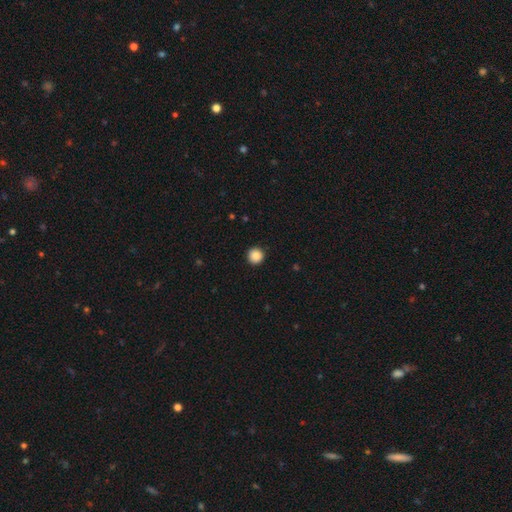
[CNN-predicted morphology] smooth 87%, star or artifact 9%, featured or disk 3%. Down the decision tree: how rounded — round (96%); merging — none (93%).